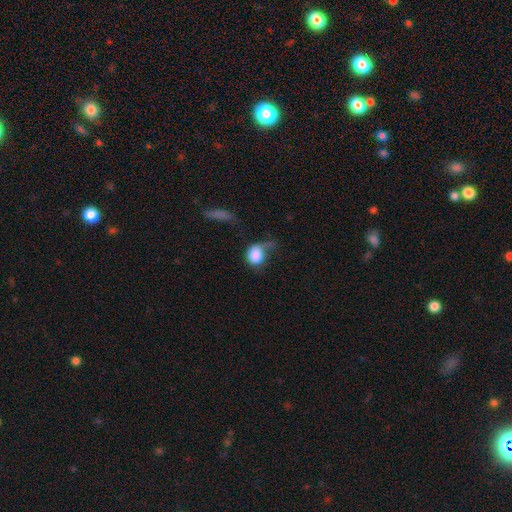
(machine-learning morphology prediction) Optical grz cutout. It shows a smooth galaxy with no disk features (79%) that is round (63%). Merging: major disturbance (42%).